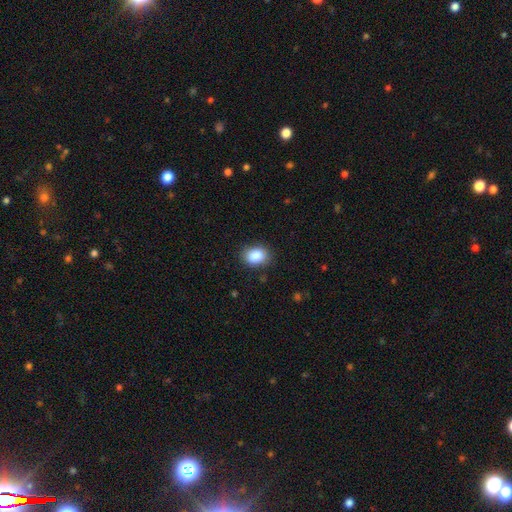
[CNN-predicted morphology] A smooth galaxy with no disk features (87%) that is in between round and cigar-shaped (66%).

Vote fractions:
- Smooth or featured? smooth: 87% / star or artifact: 8% / featured or disk: 5%
- How rounded? in between: 66% / round: 33% / cigar-shaped: 1%
- Merging? none: 85% / minor disturbance: 11% / major disturbance: 3% / merger: 1%